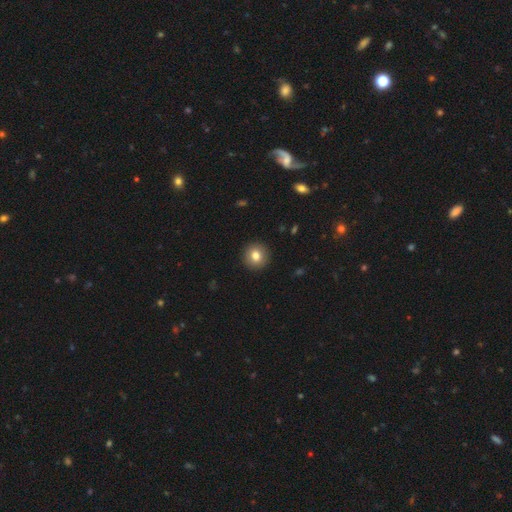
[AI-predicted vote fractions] Smooth or featured: smooth — 81% (featured or disk — 10%)
How rounded: round — 94% (in between — 5%)
Merging: none — 93% (minor disturbance — 5%)